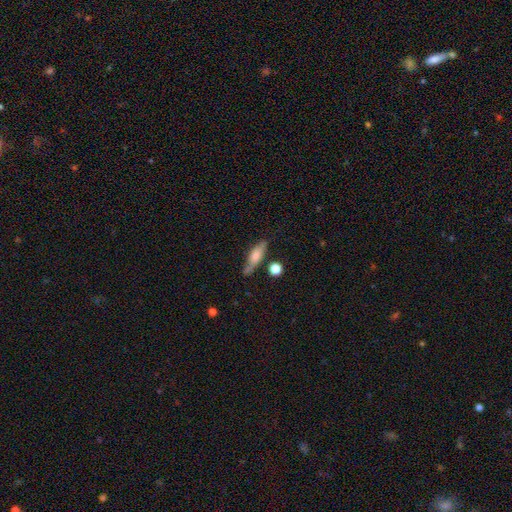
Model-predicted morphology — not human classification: smooth 57%, featured or disk 35%, star or artifact 8%. Down the decision tree: how rounded — cigar-shaped (62%); merging — none (67%).